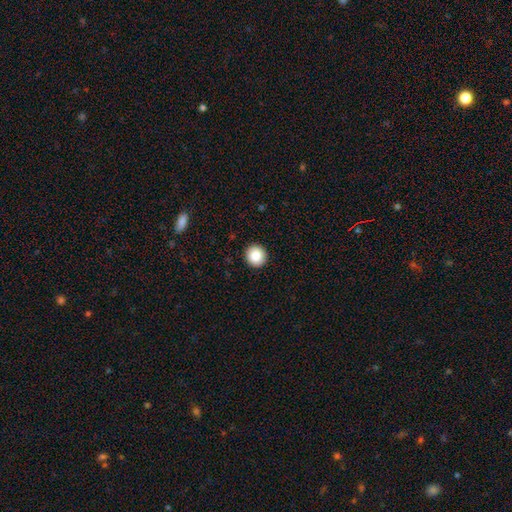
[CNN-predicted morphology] A smooth galaxy with no disk features (86%) that is round (94%).

Vote fractions:
- Smooth or featured? smooth: 86% / star or artifact: 9% / featured or disk: 5%
- How rounded? round: 94% / in between: 5% / cigar-shaped: 1%
- Merging? none: 93% / minor disturbance: 4% / major disturbance: 1% / merger: 1%